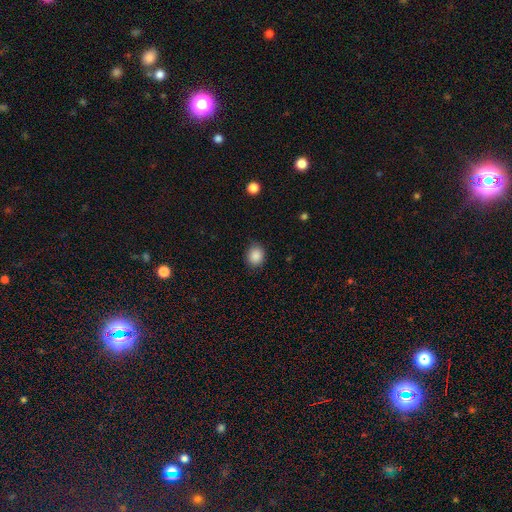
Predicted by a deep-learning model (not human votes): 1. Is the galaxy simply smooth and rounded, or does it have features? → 87% smooth, 9% star or artifact, 3% featured or disk.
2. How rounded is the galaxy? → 72% round, 27% in between, 1% cigar-shaped.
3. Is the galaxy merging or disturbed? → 85% none, 11% minor disturbance, 3% major disturbance, 1% merger.